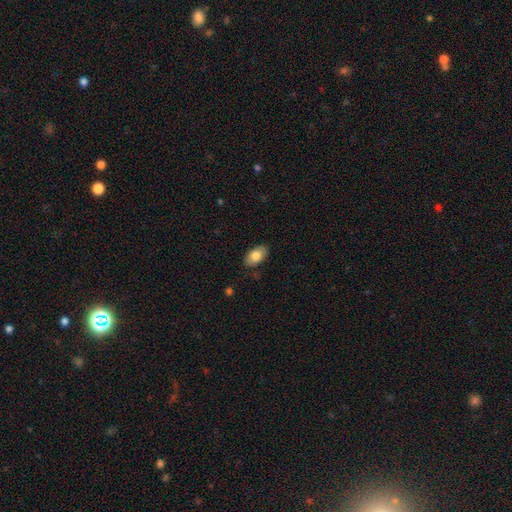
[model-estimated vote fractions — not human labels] Overall: smooth (79%). How rounded: in between (93%). Merging: none (85%).